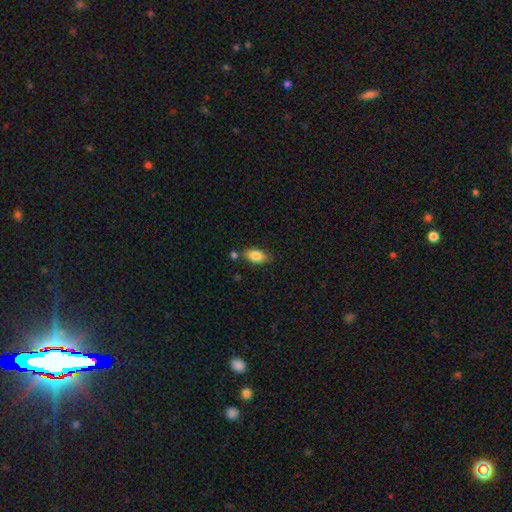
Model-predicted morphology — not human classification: type=smooth (84%); roundness=in between (90%); merging=none (72%).